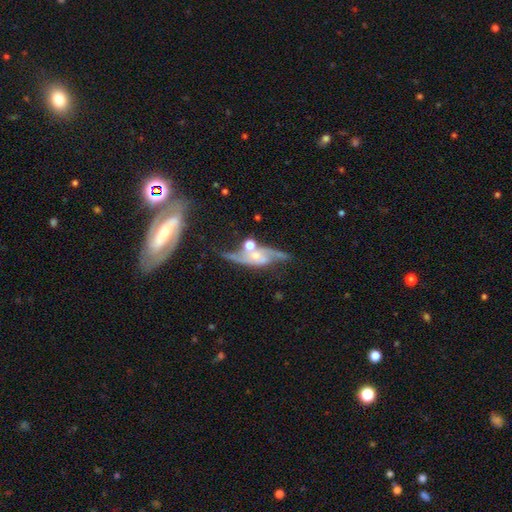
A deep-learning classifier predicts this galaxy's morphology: Smooth or featured: featured or disk — 83% (smooth — 10%)
Edge-on disk: no — 87% (yes — 13%)
Bar: no — 57% (weak — 33%)
Spiral arms: yes — 94% (no — 6%)
Spiral winding: loose — 66% (medium — 25%)
Spiral arm count: 2 — 91% (can't tell — 4%)
Bulge size: small — 53% (moderate — 33%)
Merging: none — 47% (minor disturbance — 20%)